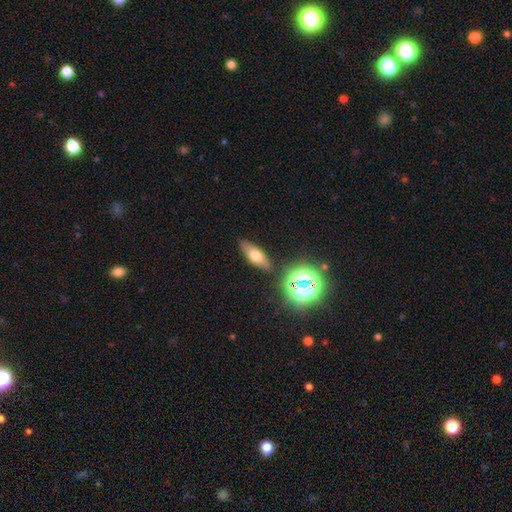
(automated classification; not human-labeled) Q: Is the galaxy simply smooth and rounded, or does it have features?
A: smooth — 57%.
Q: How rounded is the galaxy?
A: in between — 63%.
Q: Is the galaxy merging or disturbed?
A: none — 84%.